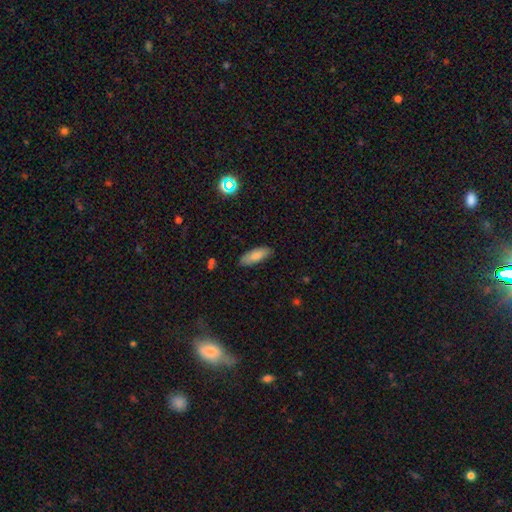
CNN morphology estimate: Q: Smooth or featured?
A: smooth (84%); runner-up: featured or disk (9%)
Q: How rounded?
A: in between (69%); runner-up: cigar-shaped (29%)
Q: Merging?
A: none (87%); runner-up: minor disturbance (10%)